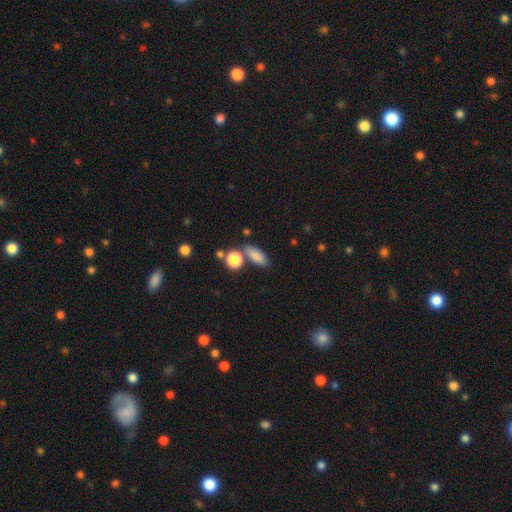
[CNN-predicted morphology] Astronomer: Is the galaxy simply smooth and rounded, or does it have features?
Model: smooth — 83%.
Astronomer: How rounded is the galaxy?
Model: in between — 62%.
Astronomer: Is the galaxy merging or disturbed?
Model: none — 69%.